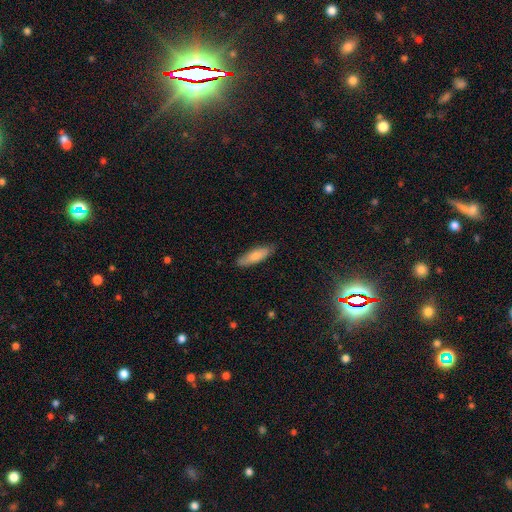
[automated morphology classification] Smooth or featured?
  - smooth: 80% *
  - featured or disk: 15%
  - star or artifact: 5%
How rounded?
  - cigar-shaped: 50% *
  - in between: 48%
  - round: 2%
Merging?
  - none: 85% *
  - minor disturbance: 12%
  - major disturbance: 2%
  - merger: 1%